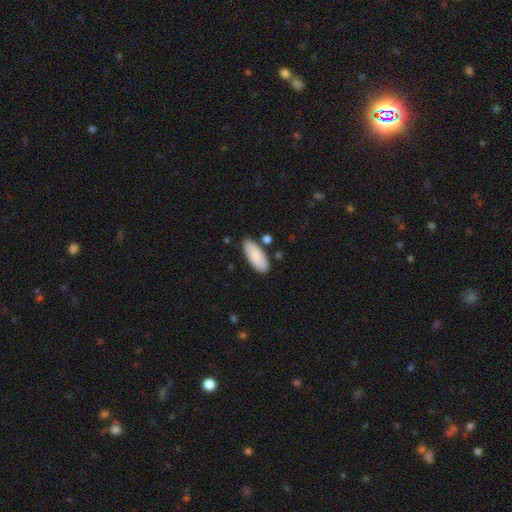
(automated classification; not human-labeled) A smooth galaxy with no disk features (86%) that is in between round and cigar-shaped (80%). Merging: none (82%).